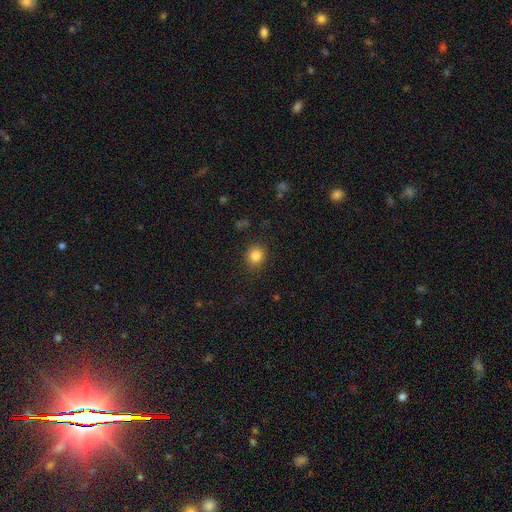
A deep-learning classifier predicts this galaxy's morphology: Smooth or featured? Predicted: smooth (p=0.84). How rounded? Predicted: round (p=0.76). Merging? Predicted: none (p=0.89).